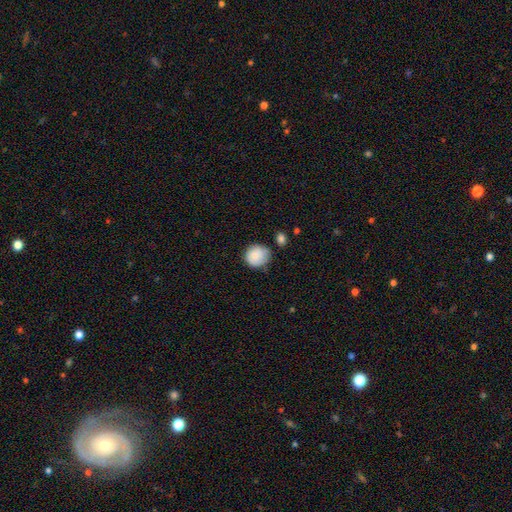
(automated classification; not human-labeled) A smooth galaxy with no disk features (85%) that is round (86%). Merging: none (67%).